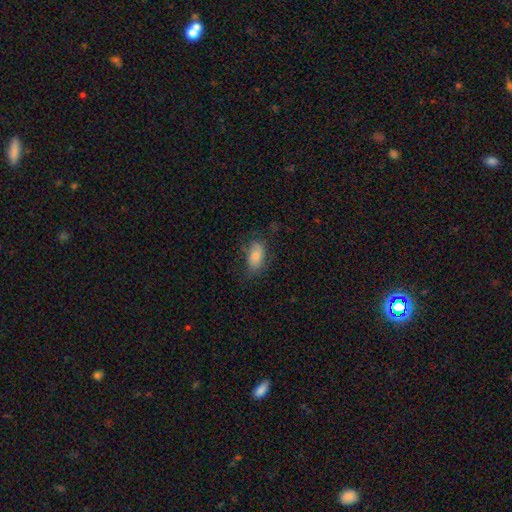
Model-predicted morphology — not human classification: The model was most divided on "merging": none: 65%, minor disturbance: 24%, major disturbance: 10%, merger: 1%. More confident: how rounded — in between (89%); smooth or featured — smooth (70%).